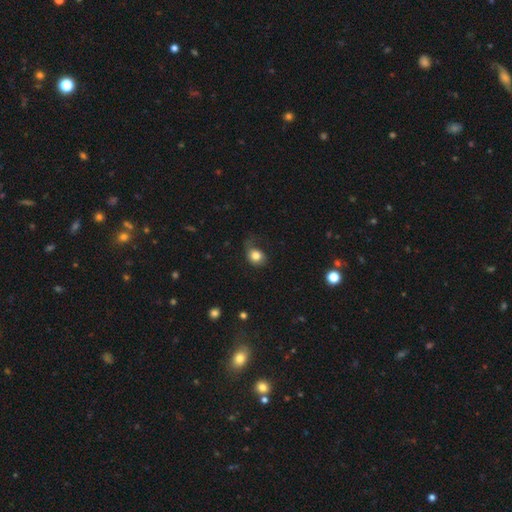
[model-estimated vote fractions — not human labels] smooth 79%, featured or disk 11%, star or artifact 10%. Down the decision tree: how rounded — round (61%); merging — none (44%).